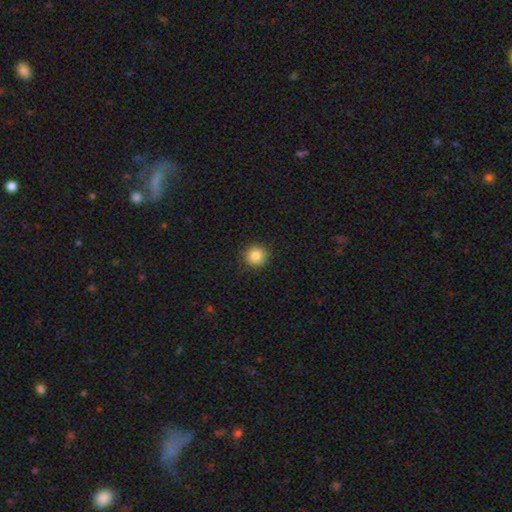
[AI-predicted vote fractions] Smooth or featured? smooth (84%)
How rounded? round (92%)
Merging? none (88%)